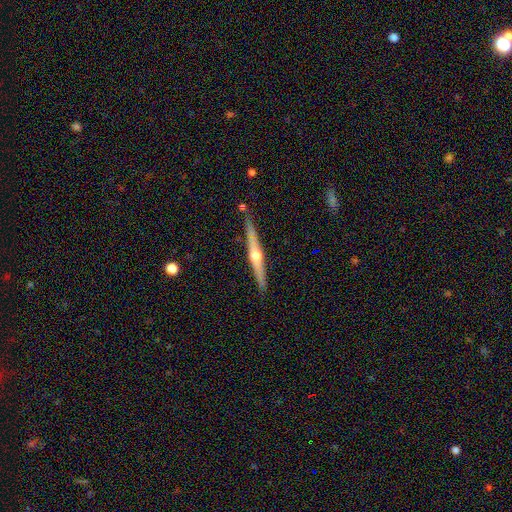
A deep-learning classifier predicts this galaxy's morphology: Q: Smooth or featured?
A: featured or disk (71%); runner-up: smooth (23%)
Q: Edge-on disk?
A: yes (97%); runner-up: no (3%)
Q: Edge-on bulge?
A: rounded (90%); runner-up: none (7%)
Q: Merging?
A: none (84%); runner-up: minor disturbance (11%)